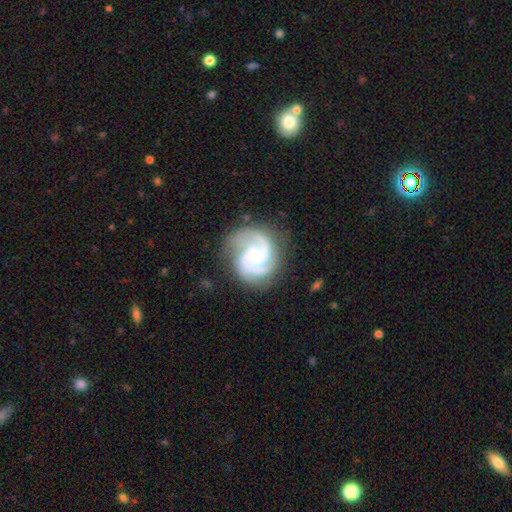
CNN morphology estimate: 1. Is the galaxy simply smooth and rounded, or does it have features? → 92% featured or disk, 4% star or artifact, 4% smooth.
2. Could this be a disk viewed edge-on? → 98% no, 2% yes.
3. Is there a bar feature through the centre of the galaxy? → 65% no, 28% weak, 7% strong.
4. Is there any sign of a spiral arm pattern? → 99% yes, 1% no.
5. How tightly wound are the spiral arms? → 48% tight, 46% medium, 6% loose.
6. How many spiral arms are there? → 56% 3, 27% 2, 5% 4, 5% can't tell, 3% 1, 3% more than 4.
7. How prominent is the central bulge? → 67% small, 29% moderate, 2% none, 1% large, 1% dominant.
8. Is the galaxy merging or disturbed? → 77% none, 16% minor disturbance, 5% major disturbance, 1% merger.